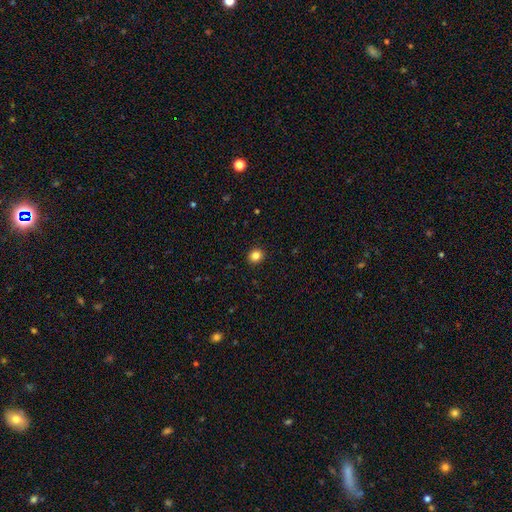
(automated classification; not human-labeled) smooth_or_featured: smooth (p=0.84) [alt: star or artifact p=0.12]
how_rounded: round (p=0.83) [alt: in between p=0.16]
merging: none (p=0.92) [alt: minor disturbance p=0.05]